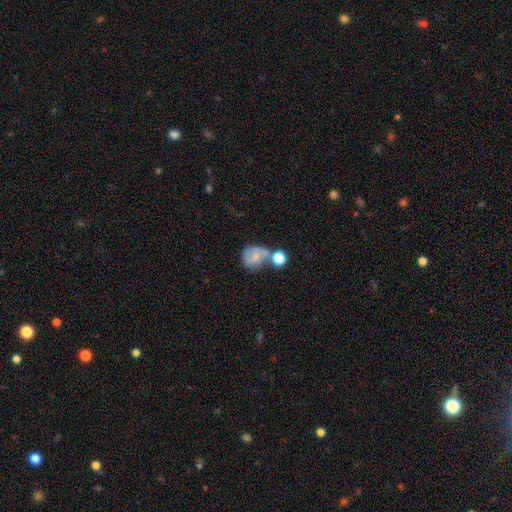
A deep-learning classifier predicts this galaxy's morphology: Smooth or featured?
  - smooth: 55% *
  - featured or disk: 34%
  - star or artifact: 11%
How rounded?
  - round: 68% *
  - in between: 31%
  - cigar-shaped: 1%
Merging?
  - merger: 36% *
  - none: 30%
  - minor disturbance: 18%
  - major disturbance: 16%